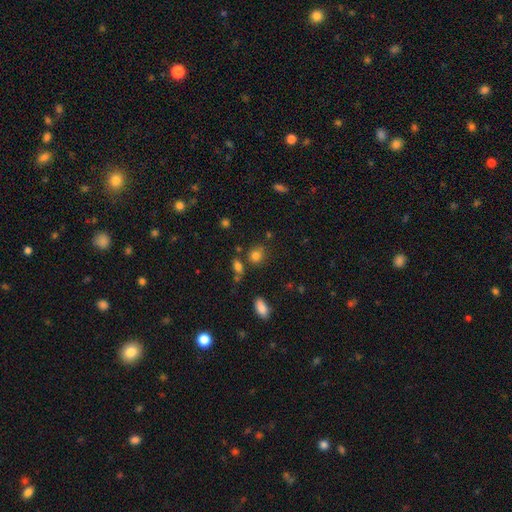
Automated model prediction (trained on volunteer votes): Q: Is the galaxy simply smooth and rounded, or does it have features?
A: smooth — 80%.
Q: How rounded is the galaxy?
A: round — 68%.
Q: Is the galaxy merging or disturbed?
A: none — 69%.